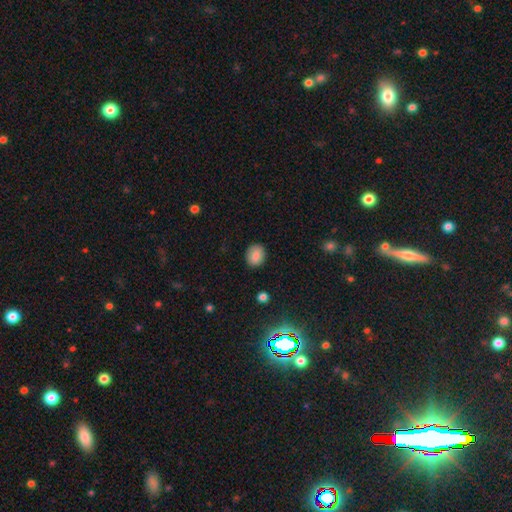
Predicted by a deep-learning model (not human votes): smooth 86%, star or artifact 9%, featured or disk 6%. Down the decision tree: how rounded — round (55%); merging — none (86%).